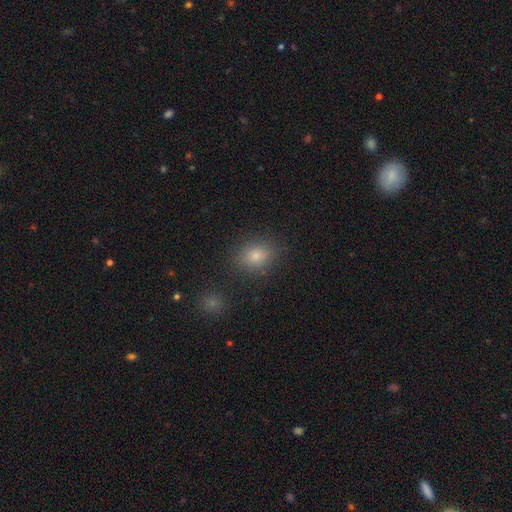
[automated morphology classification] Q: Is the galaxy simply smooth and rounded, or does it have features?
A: smooth — 77%.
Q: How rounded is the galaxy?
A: in between — 52%.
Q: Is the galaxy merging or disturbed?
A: none — 85%.